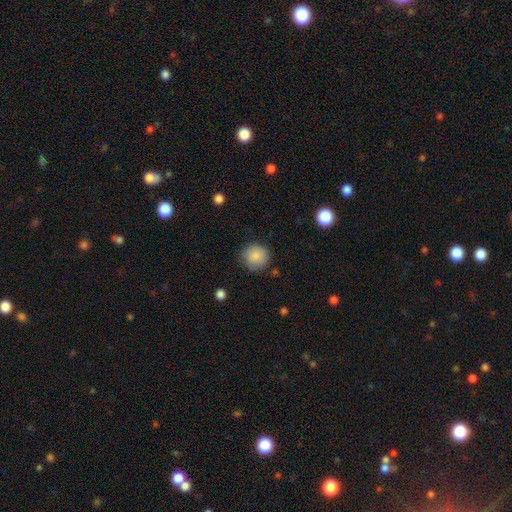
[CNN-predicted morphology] Smooth or featured? smooth (85%)
How rounded? round (91%)
Merging? none (79%)